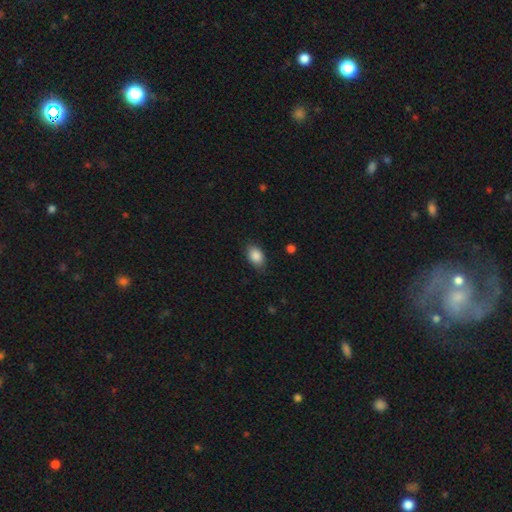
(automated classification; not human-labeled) Smooth or featured? smooth (88%)
How rounded? in between (86%)
Merging? none (82%)